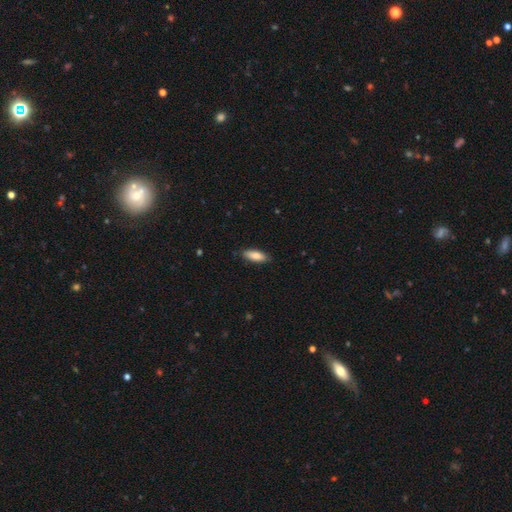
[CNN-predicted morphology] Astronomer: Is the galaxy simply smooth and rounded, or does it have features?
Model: smooth — 80%.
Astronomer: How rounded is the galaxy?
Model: in between — 66%.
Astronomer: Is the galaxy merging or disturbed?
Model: none — 85%.